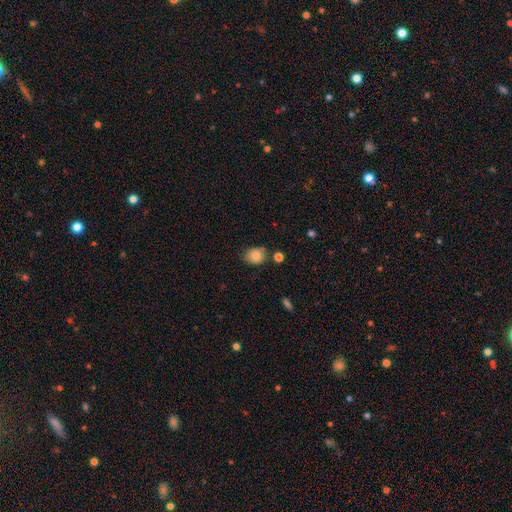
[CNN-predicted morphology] The model was most divided on "how rounded": round: 50%, in between: 49%, cigar-shaped: 1%. More confident: smooth or featured — smooth (84%); merging — none (72%).